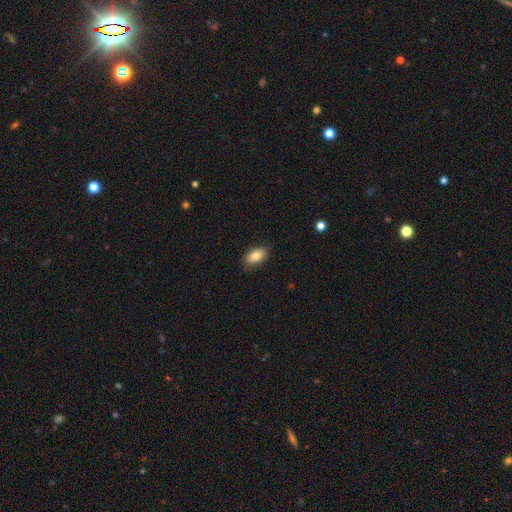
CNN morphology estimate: smooth-or-featured: smooth: 82% | featured or disk: 10% | star or artifact: 7%
  how-rounded: in between: 92% | round: 6% | cigar-shaped: 3%
  merging: none: 82% | minor disturbance: 14% | major disturbance: 3% | merger: 1%